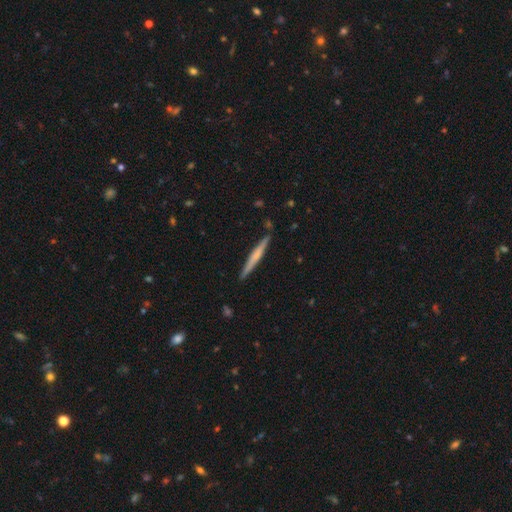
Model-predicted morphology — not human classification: Smooth or featured: featured or disk — 49% (smooth — 46%)
Merging: none — 90% (minor disturbance — 7%)